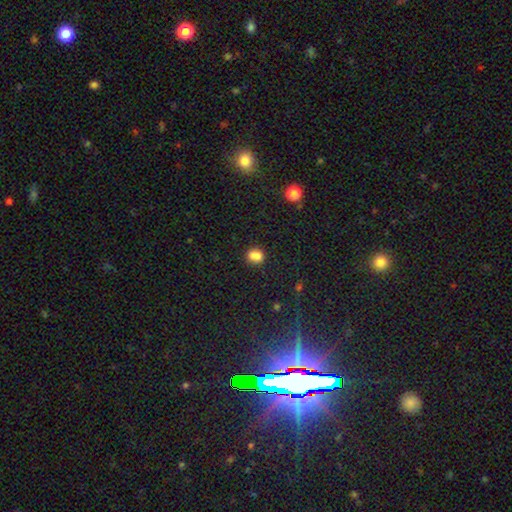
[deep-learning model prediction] smooth 76%, star or artifact 13%, featured or disk 11%. Down the decision tree: how rounded — round (63%); merging — none (46%).